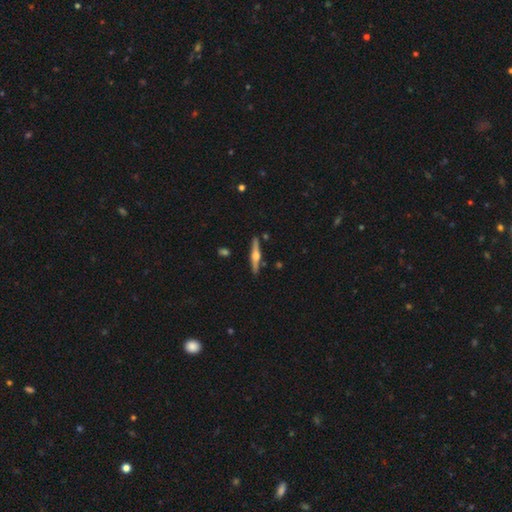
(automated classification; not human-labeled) featured or disk 73%, smooth 22%, star or artifact 5%. Down the decision tree: edge-on disk — yes (98%); edge-on bulge — rounded (92%); merging — none (88%).